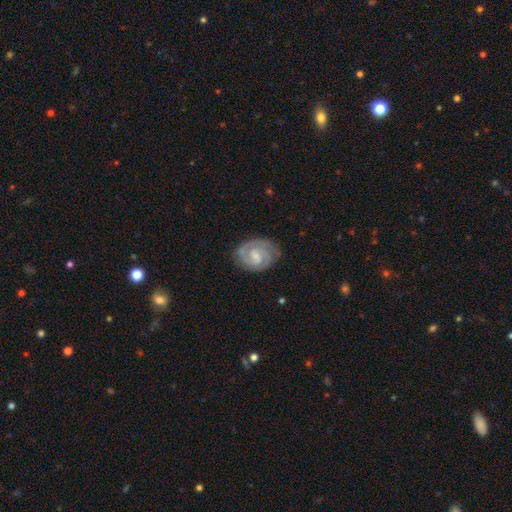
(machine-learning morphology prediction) Overall: featured or disk (82%). Edge-on disk: no (98%). Bar: weak (57%; no 30%). Spiral arms: yes (96%). Spiral arm count: 2 (75%). Spiral winding: tight (60%; medium 34%). Bulge size: small (44%; moderate 33%). Merging: none (76%).